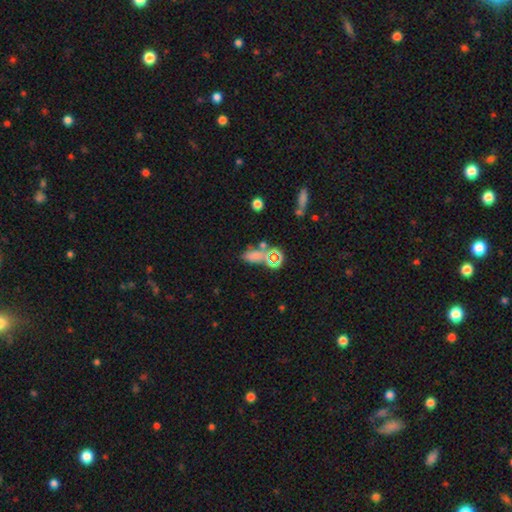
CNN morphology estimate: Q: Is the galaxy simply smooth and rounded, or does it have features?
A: smooth — 61%.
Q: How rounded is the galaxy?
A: in between — 73%.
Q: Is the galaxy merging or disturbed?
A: none — 52%.